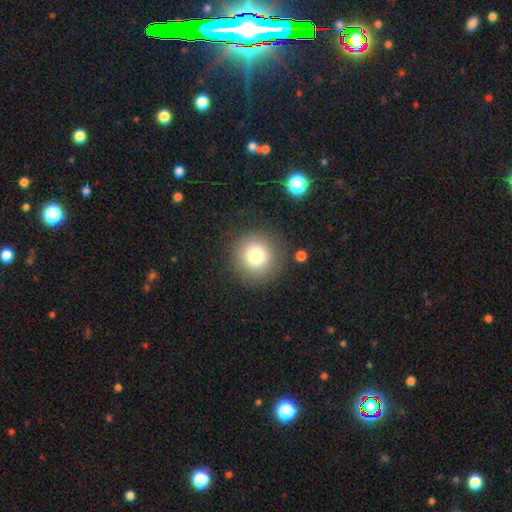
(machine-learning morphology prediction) Q: Smooth or featured?
A: smooth (79%); runner-up: star or artifact (12%)
Q: How rounded?
A: round (95%); runner-up: in between (4%)
Q: Merging?
A: none (85%); runner-up: minor disturbance (8%)